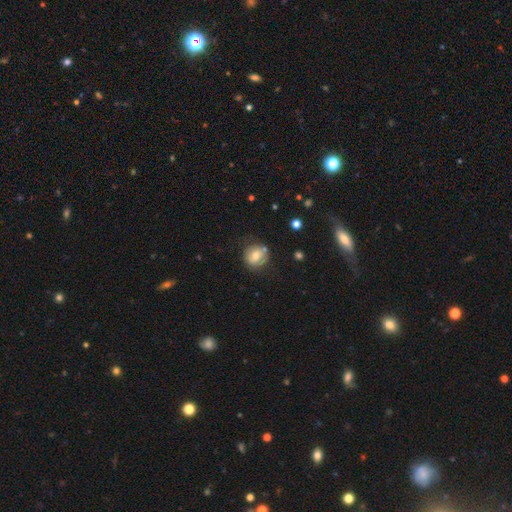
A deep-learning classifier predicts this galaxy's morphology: A smooth galaxy with no disk features (67%) that is round (85%).

Vote fractions:
- Smooth or featured? smooth: 67% / featured or disk: 24% / star or artifact: 10%
- How rounded? round: 85% / in between: 14% / cigar-shaped: 1%
- Merging? none: 73% / minor disturbance: 17% / major disturbance: 5% / merger: 5%